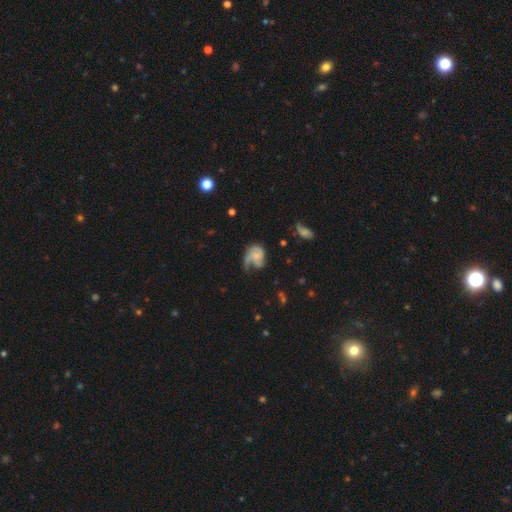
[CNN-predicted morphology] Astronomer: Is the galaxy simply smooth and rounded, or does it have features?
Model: featured or disk — 66%.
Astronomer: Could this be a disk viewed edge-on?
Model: no — 97%.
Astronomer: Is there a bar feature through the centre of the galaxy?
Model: no — 76%.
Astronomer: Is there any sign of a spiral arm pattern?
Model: yes — 86%.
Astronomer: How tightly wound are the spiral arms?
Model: loose — 42% (runner-up: medium, 36%).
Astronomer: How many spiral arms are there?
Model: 1 — 50% (runner-up: 2, 28%).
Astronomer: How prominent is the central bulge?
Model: small — 59%.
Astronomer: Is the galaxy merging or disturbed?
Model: major disturbance — 37% (runner-up: none, 32%).